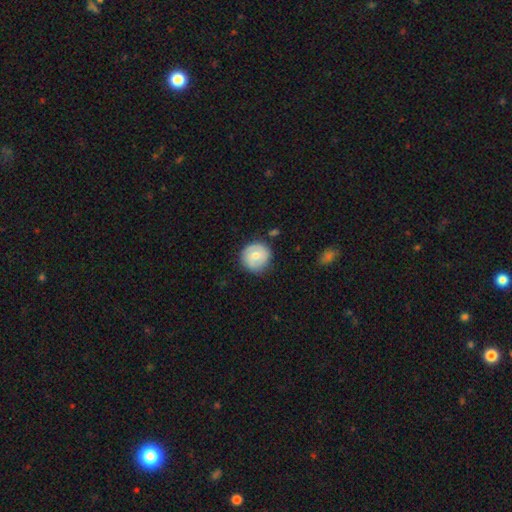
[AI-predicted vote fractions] Smooth or featured: smooth — 52% (featured or disk — 41%)
How rounded: round — 91% (in between — 8%)
Merging: none — 79% (minor disturbance — 15%)